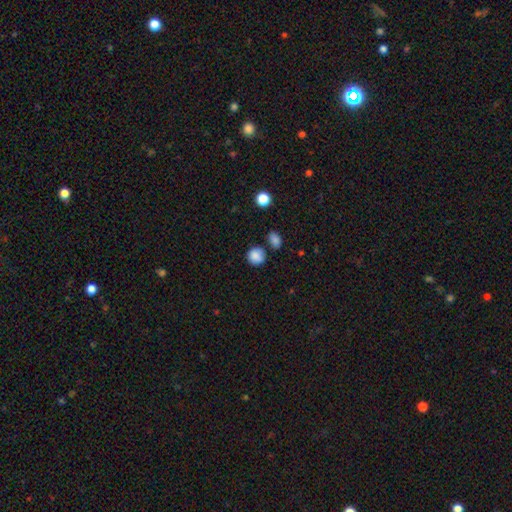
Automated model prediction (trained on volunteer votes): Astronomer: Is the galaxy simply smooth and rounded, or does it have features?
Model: smooth — 86%.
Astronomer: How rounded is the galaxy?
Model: round — 86%.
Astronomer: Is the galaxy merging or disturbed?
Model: none — 73%.